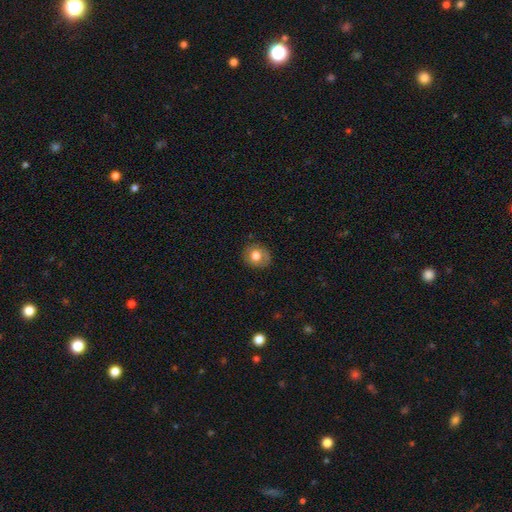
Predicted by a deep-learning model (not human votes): smooth_or_featured: smooth (p=0.73) [alt: featured or disk p=0.18]
how_rounded: round (p=0.72) [alt: in between p=0.27]
merging: none (p=0.82) [alt: minor disturbance p=0.14]